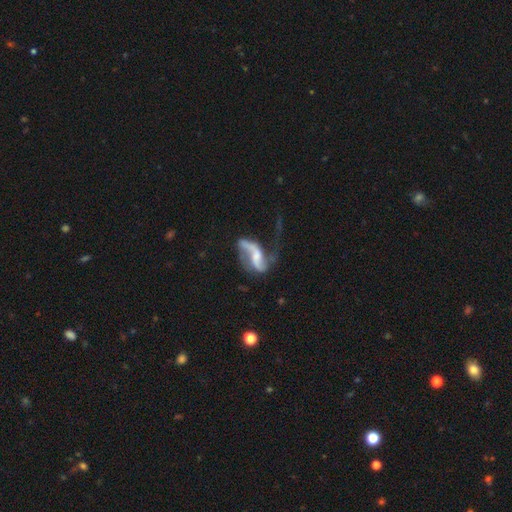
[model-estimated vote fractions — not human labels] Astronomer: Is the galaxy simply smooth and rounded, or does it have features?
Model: featured or disk — 80%.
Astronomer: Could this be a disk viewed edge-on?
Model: no — 95%.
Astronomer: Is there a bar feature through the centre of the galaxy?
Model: weak — 41% (runner-up: no, 34%).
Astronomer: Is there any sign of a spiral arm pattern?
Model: yes — 89%.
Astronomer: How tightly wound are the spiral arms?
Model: loose — 75%.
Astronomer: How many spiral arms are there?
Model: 2 — 85%.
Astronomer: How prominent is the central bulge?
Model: small — 31% (runner-up: none, 30%).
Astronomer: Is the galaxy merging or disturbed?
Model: major disturbance — 39% (runner-up: none, 33%).